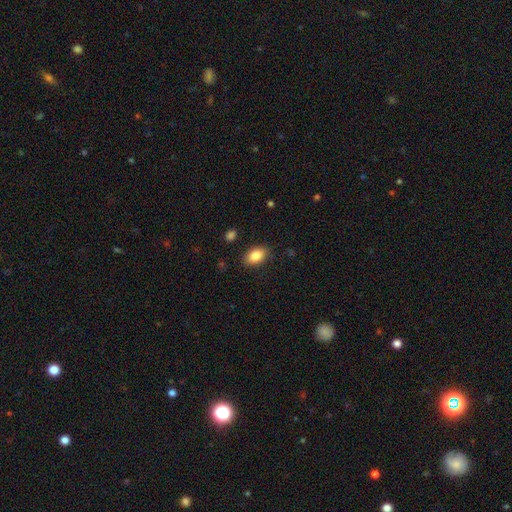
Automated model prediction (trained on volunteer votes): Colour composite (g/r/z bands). It shows a smooth galaxy with no disk features (85%) that is in between round and cigar-shaped (89%). Merging: none (87%).